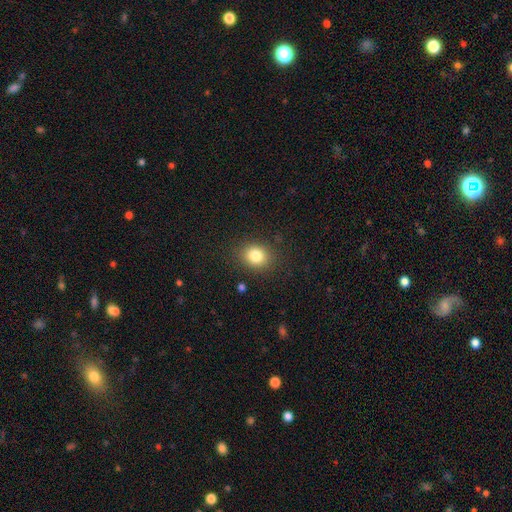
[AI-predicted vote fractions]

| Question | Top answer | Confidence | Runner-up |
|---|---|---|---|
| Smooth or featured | smooth | 82% | star or artifact (11%) |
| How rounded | round | 64% | in between (35%) |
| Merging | none | 86% | minor disturbance (9%) |